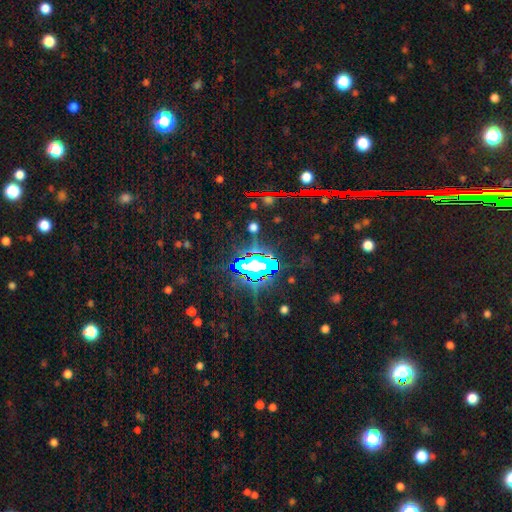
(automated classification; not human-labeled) This is clearly a star or artifact rather than a galaxy (82%).